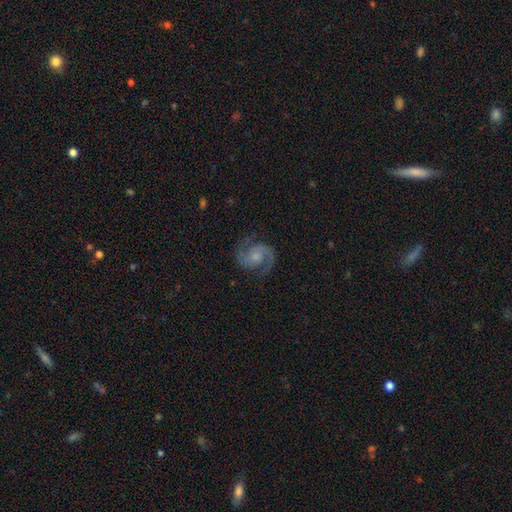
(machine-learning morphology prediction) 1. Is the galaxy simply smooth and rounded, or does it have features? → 90% featured or disk, 5% star or artifact, 5% smooth.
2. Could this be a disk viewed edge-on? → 98% no, 2% yes.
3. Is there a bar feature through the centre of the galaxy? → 60% no, 33% weak, 7% strong.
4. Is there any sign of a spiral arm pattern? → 98% yes, 2% no.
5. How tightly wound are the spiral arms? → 61% medium, 24% tight, 15% loose.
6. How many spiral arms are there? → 94% 2, 2% can't tell, 1% 3, 1% 1, 1% 4, 1% more than 4.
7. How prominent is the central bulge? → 41% moderate, 39% small, 13% none, 6% large, 1% dominant.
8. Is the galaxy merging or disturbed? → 81% none, 13% minor disturbance, 5% major disturbance, 1% merger.